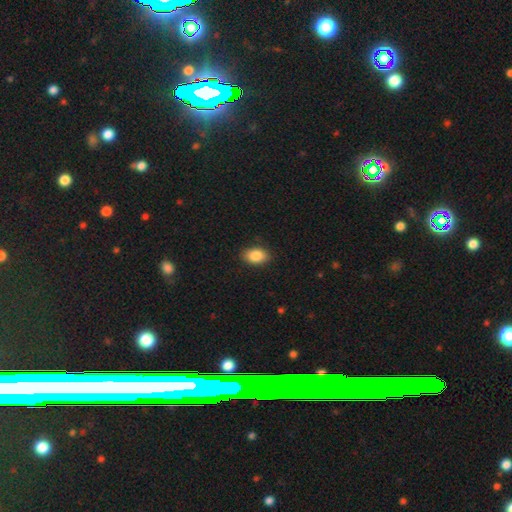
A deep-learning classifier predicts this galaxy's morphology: A smooth galaxy with no disk features (86%) that is in between round and cigar-shaped (88%).

Vote fractions:
- Smooth or featured? smooth: 86% / star or artifact: 8% / featured or disk: 6%
- How rounded? in between: 88% / round: 10% / cigar-shaped: 1%
- Merging? none: 88% / minor disturbance: 9% / major disturbance: 2% / merger: 1%